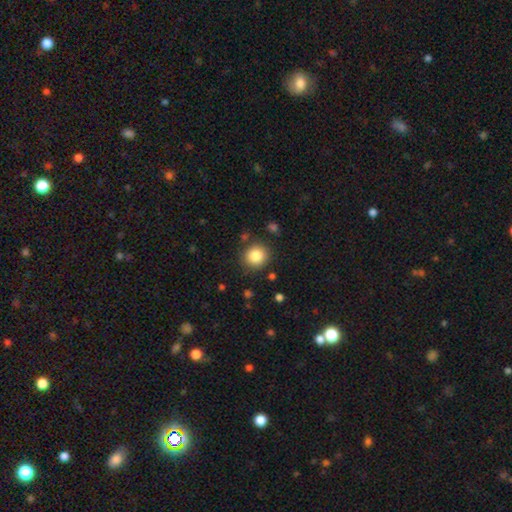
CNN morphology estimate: Smooth or featured?
  - smooth: 84% *
  - star or artifact: 10%
  - featured or disk: 6%
How rounded?
  - round: 89% *
  - in between: 10%
  - cigar-shaped: 1%
Merging?
  - none: 87% *
  - minor disturbance: 8%
  - major disturbance: 3%
  - merger: 2%